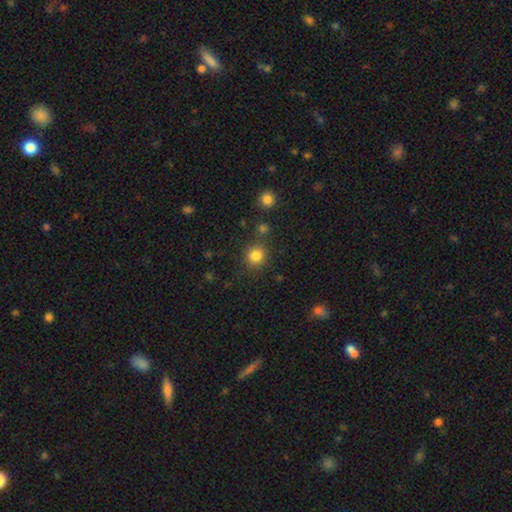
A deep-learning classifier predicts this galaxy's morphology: Smooth or featured: smooth — 83% (star or artifact — 12%)
How rounded: round — 90% (in between — 9%)
Merging: none — 83% (minor disturbance — 8%)